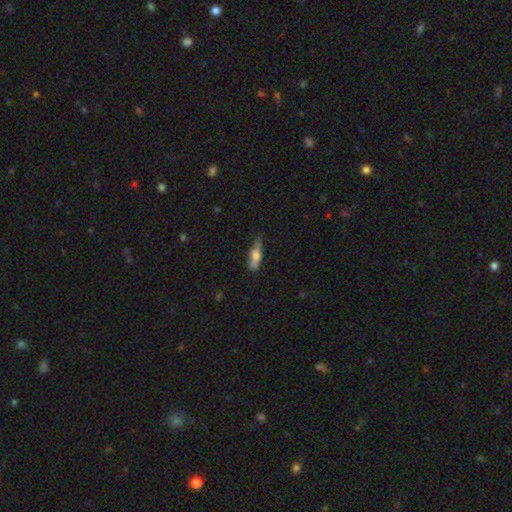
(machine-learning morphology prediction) Smooth or featured? smooth (63%)
How rounded? cigar-shaped (59%)
Merging? none (61%)